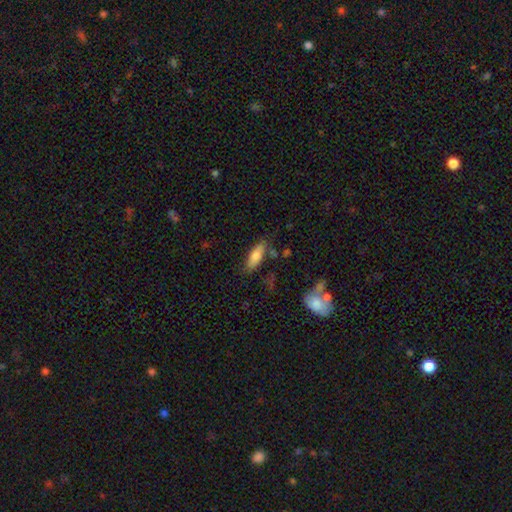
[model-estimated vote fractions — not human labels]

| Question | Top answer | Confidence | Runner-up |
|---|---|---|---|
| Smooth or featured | smooth | 75% | featured or disk (18%) |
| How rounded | in between | 54% | cigar-shaped (43%) |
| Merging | none | 75% | minor disturbance (15%) |